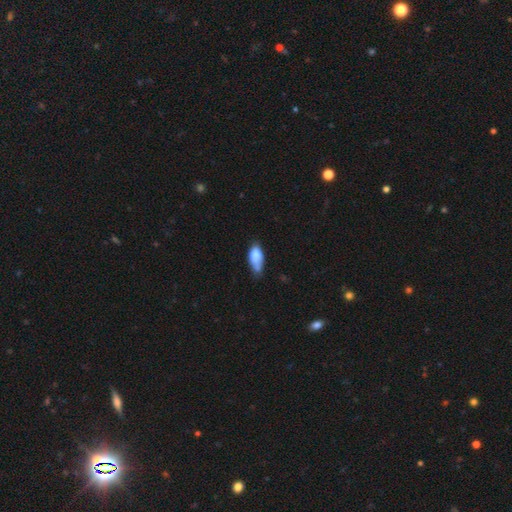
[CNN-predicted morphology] This appears to be a smooth galaxy with no disk features (78%) that is in between round and cigar-shaped (85%). Merging: none (39%).